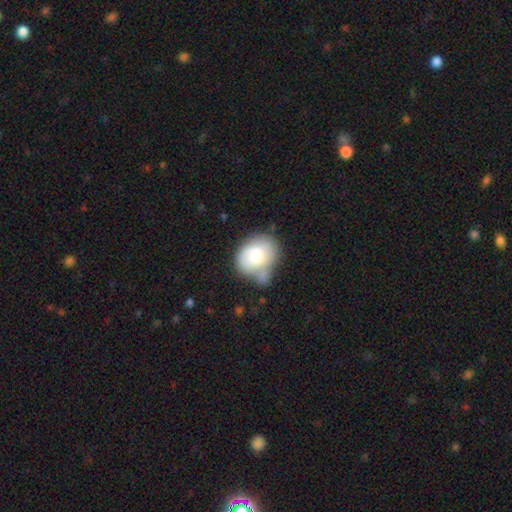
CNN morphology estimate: Q: Smooth or featured?
A: smooth (69%); runner-up: featured or disk (23%)
Q: How rounded?
A: in between (54%); runner-up: round (45%)
Q: Merging?
A: merger (31%); runner-up: minor disturbance (25%)